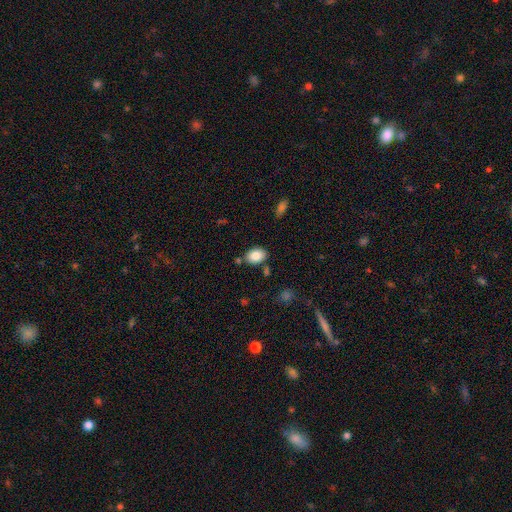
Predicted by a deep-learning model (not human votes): Smooth or featured? Predicted: smooth (p=0.86). How rounded? Predicted: in between (p=0.81). Merging? Predicted: none (p=0.79).